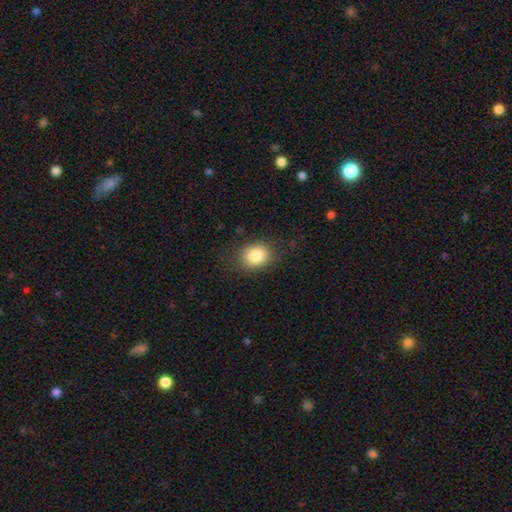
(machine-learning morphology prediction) Smooth or featured? smooth (84%)
How rounded? round (54%)
Merging? none (84%)